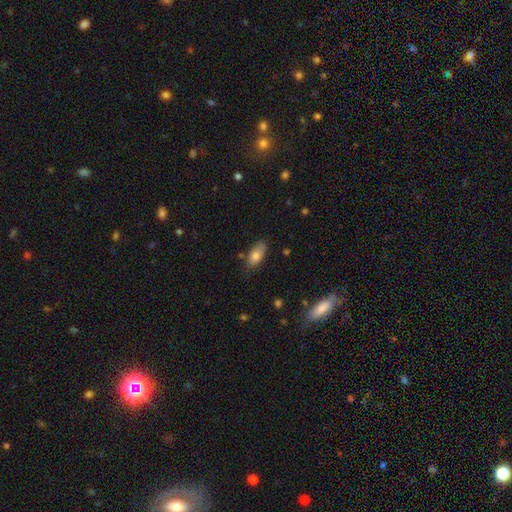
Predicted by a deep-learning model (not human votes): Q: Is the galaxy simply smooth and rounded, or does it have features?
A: smooth — 81%.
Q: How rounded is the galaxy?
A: in between — 89%.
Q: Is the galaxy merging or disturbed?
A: none — 72%.